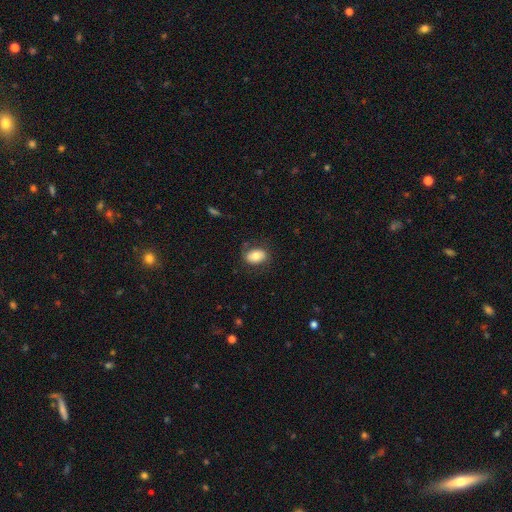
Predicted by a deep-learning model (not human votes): Q: Smooth or featured?
A: smooth (76%); runner-up: featured or disk (16%)
Q: How rounded?
A: in between (81%); runner-up: round (18%)
Q: Merging?
A: none (75%); runner-up: minor disturbance (17%)